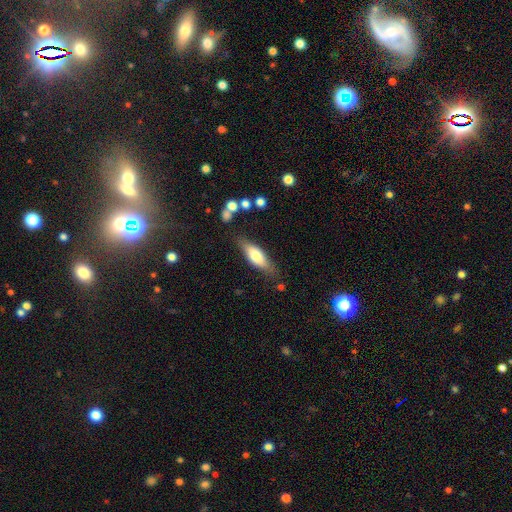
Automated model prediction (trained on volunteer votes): The model was most divided on "how rounded": in between: 58%, cigar-shaped: 39%, round: 2%. More confident: merging — none (75%); smooth or featured — smooth (65%).